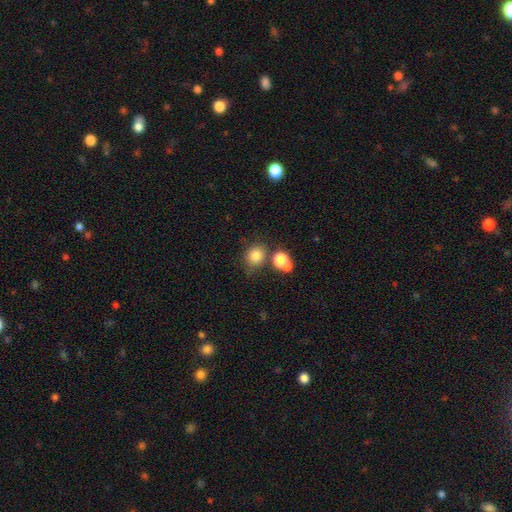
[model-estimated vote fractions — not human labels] Overall: smooth (80%). How rounded: round (70%). Merging: none (62%).